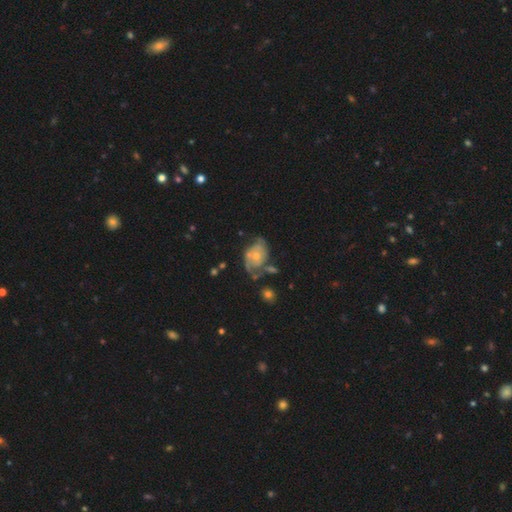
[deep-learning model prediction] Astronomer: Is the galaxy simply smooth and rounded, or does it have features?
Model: featured or disk — 74%.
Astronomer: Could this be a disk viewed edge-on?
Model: no — 97%.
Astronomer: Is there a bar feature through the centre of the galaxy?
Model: no — 79%.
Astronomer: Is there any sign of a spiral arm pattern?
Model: yes — 82%.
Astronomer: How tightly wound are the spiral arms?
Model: tight — 45% (runner-up: medium, 37%).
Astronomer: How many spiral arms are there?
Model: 2 — 53%.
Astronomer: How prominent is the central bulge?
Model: small — 54% (runner-up: moderate, 40%).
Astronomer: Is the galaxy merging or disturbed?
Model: none — 42% (runner-up: minor disturbance, 27%).